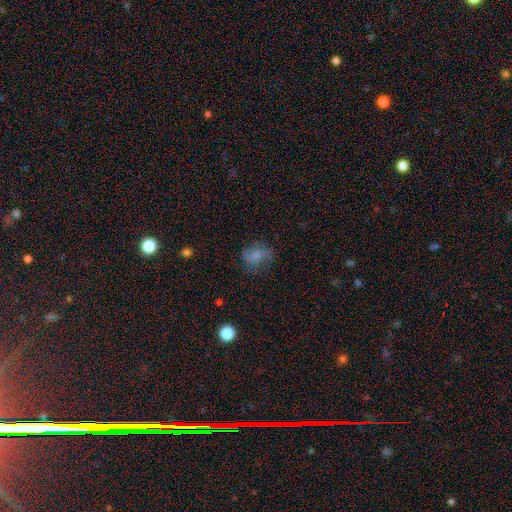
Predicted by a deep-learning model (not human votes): Smooth or featured?
  - smooth: 70% *
  - featured or disk: 19%
  - star or artifact: 12%
How rounded?
  - round: 50% *
  - in between: 49%
  - cigar-shaped: 1%
Merging?
  - none: 63% *
  - minor disturbance: 23%
  - major disturbance: 12%
  - merger: 2%